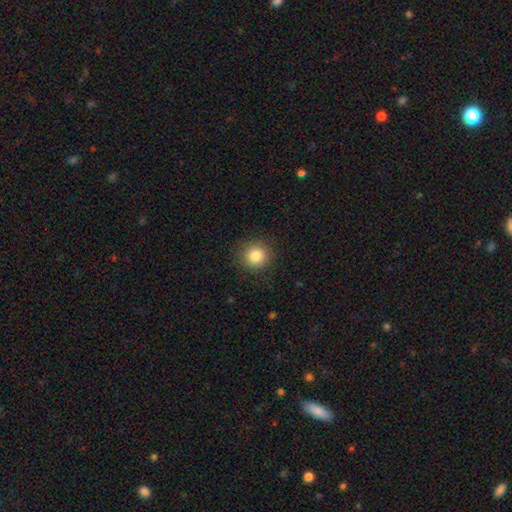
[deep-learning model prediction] Smooth or featured?
  - smooth: 84% *
  - star or artifact: 11%
  - featured or disk: 6%
How rounded?
  - round: 93% *
  - in between: 6%
  - cigar-shaped: 1%
Merging?
  - none: 90% *
  - minor disturbance: 7%
  - major disturbance: 2%
  - merger: 1%